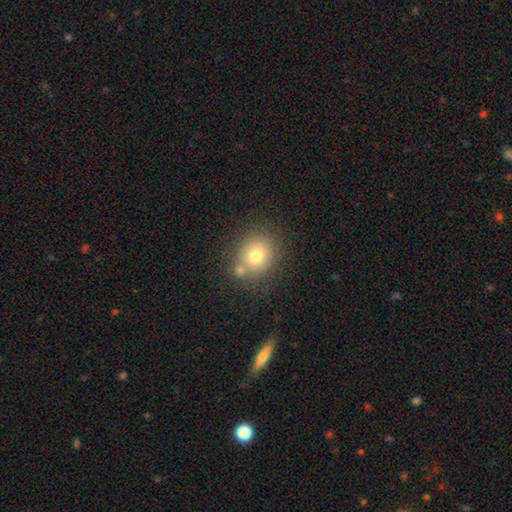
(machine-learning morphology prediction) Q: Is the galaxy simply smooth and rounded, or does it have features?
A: smooth — 75%.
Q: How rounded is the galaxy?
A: round — 75%.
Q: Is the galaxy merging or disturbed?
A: none — 68%.